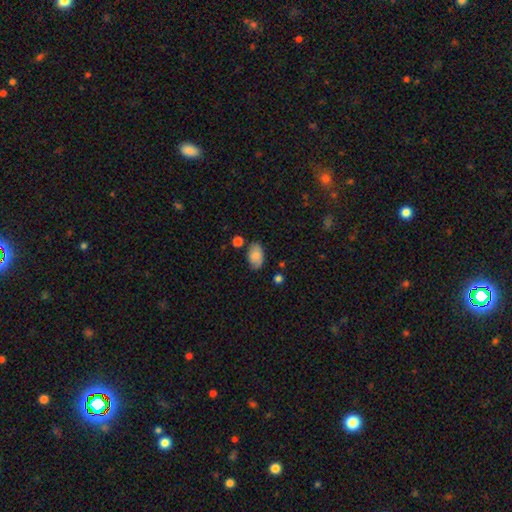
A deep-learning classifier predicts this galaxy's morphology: Overall: smooth (80%). How rounded: in between (92%). Merging: none (72%).